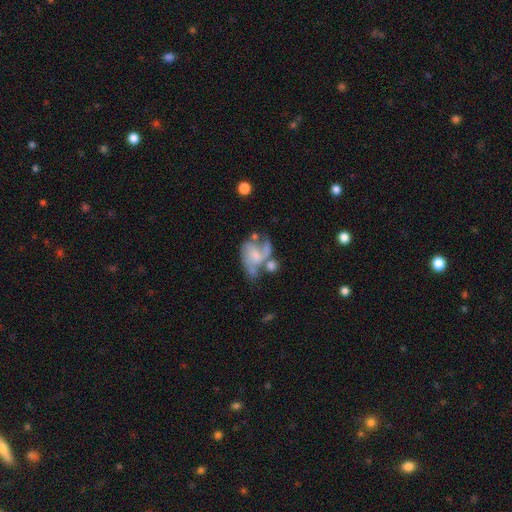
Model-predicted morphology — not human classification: Overall: featured or disk (64%; smooth 27%). Edge-on disk: no (97%). Bar: no (58%; weak 32%). Spiral arms: yes (69%; no 31%). Bulge size: none (41%; small 30%). Merging: major disturbance (31%; merger 30%).